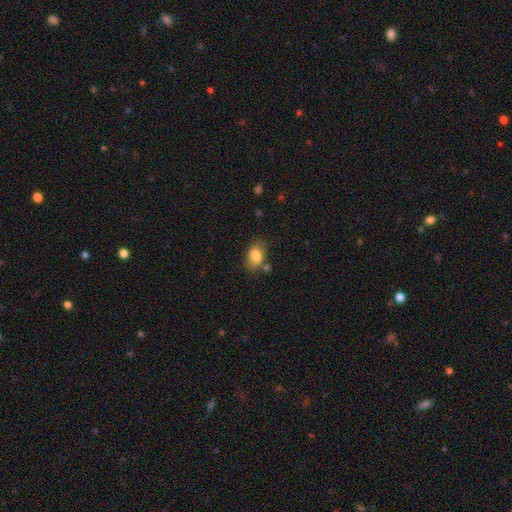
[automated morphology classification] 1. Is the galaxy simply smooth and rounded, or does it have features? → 81% smooth, 11% featured or disk, 8% star or artifact.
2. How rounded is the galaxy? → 80% in between, 18% round, 1% cigar-shaped.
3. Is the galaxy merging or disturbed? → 66% none, 19% minor disturbance, 10% merger, 5% major disturbance.